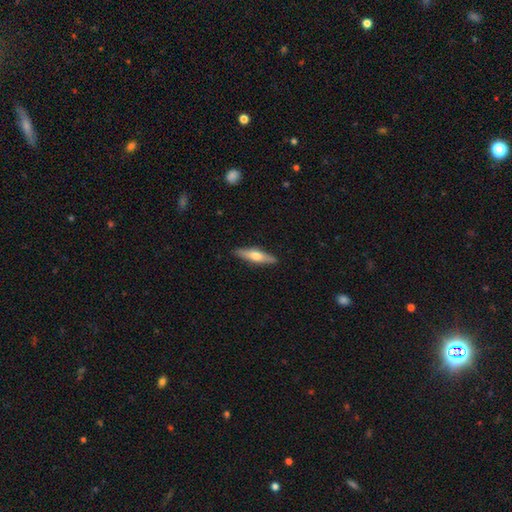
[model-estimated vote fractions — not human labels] A smooth galaxy with no disk features (51%) that is cigar-shaped (73%). Merging: none (89%).